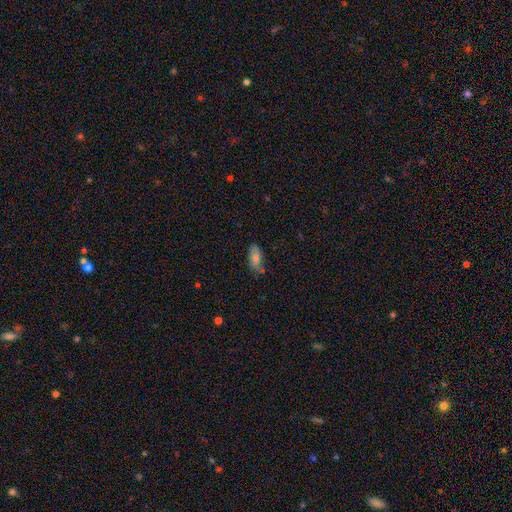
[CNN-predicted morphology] A smooth galaxy with no disk features (57%) that is in between round and cigar-shaped (84%). Merging: none (58%).